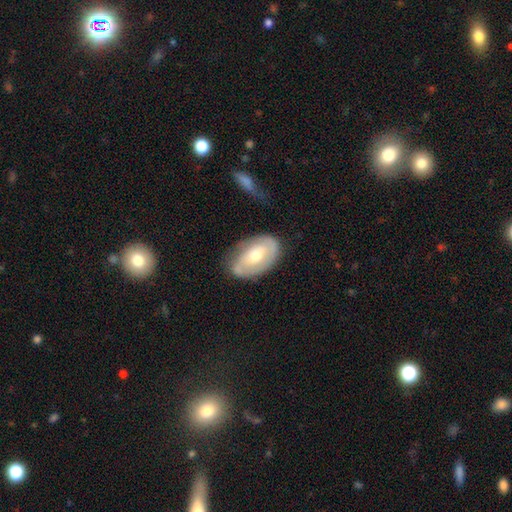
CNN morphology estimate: Q: Smooth or featured?
A: featured or disk (53%); runner-up: smooth (41%)
Q: Edge-on disk?
A: no (93%); runner-up: yes (7%)
Q: Merging?
A: none (63%); runner-up: minor disturbance (25%)